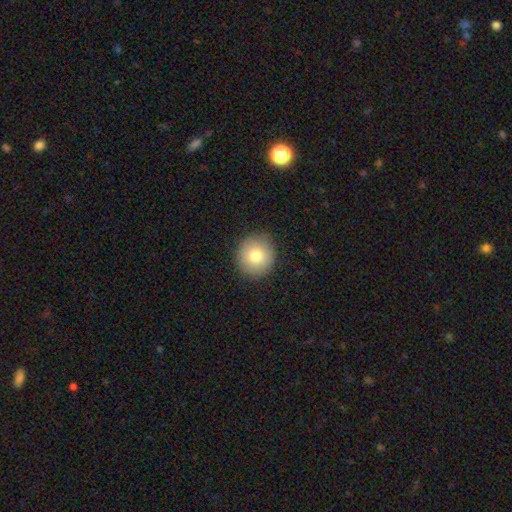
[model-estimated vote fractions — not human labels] Overall: smooth (78%). How rounded: round (91%). Merging: none (90%).